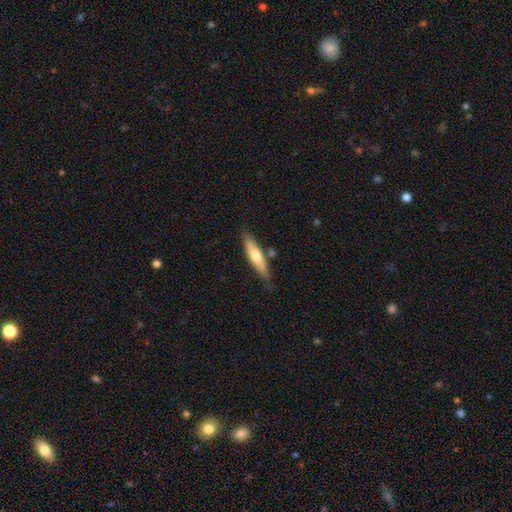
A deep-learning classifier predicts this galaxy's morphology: Smooth or featured?
  - smooth: 55% *
  - featured or disk: 39%
  - star or artifact: 6%
How rounded?
  - cigar-shaped: 77% *
  - in between: 22%
  - round: 2%
Merging?
  - none: 75% *
  - minor disturbance: 15%
  - merger: 6%
  - major disturbance: 3%